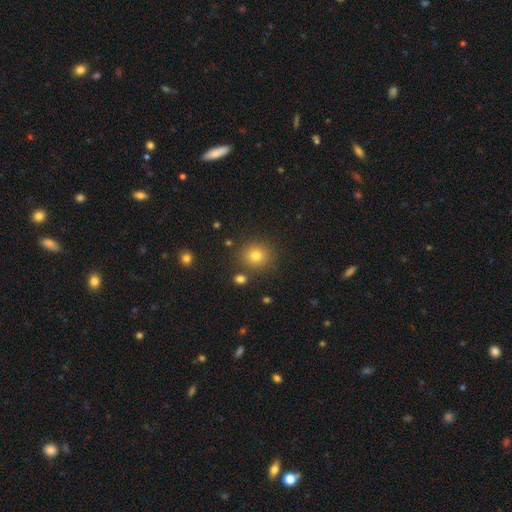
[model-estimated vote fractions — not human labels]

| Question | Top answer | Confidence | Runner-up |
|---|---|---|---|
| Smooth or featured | smooth | 78% | star or artifact (15%) |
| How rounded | round | 87% | in between (12%) |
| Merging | none | 85% | minor disturbance (8%) |